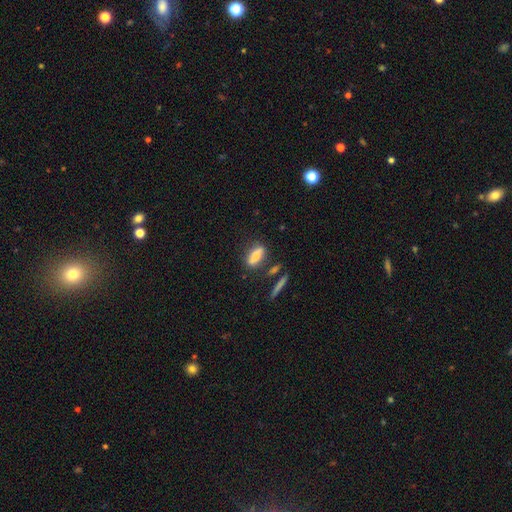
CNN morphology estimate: This appears to be a smooth galaxy with no disk features (68%) that is in between round and cigar-shaped (62%). Merging: none (73%).